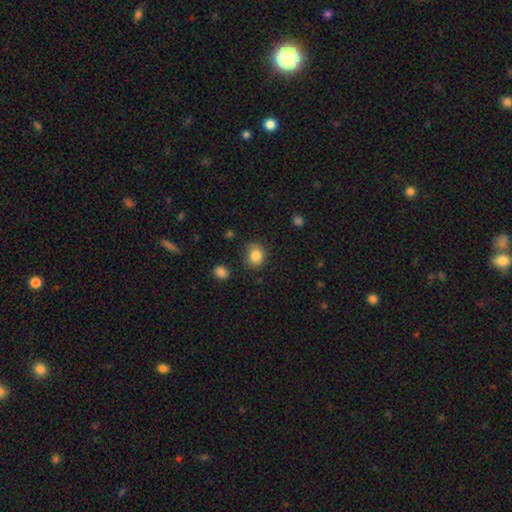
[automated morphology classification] Overall: smooth (84%). How rounded: round (69%; in between 30%). Merging: none (76%).